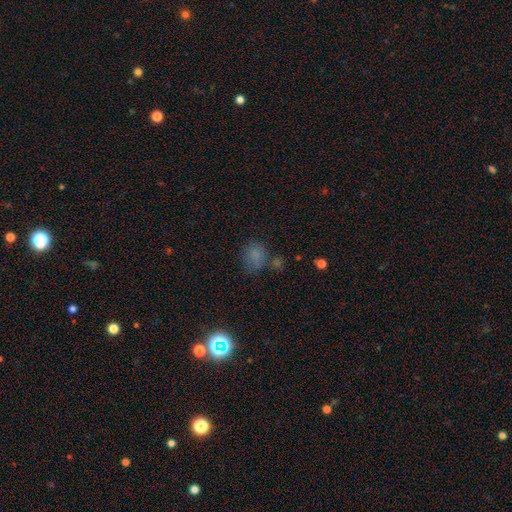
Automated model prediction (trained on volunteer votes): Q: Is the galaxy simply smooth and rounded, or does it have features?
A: smooth — 72%.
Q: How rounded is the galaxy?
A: round — 58%.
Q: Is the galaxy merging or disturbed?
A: none — 57%.